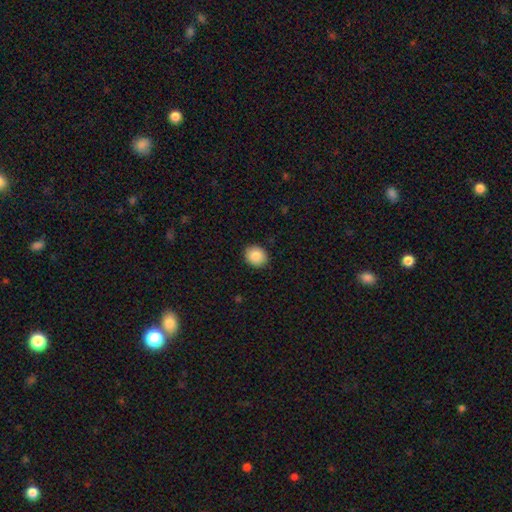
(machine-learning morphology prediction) Smooth or featured: smooth — 87% (star or artifact — 8%)
How rounded: round — 68% (in between — 32%)
Merging: none — 90% (minor disturbance — 7%)